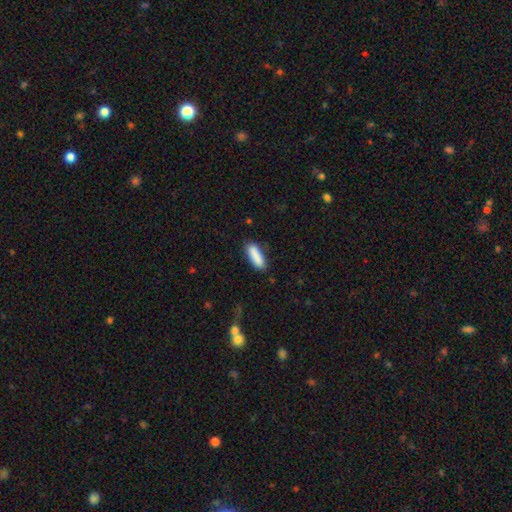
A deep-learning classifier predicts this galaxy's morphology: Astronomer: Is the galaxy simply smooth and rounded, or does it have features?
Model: smooth — 88%.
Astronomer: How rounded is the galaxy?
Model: in between — 51% (runner-up: cigar-shaped, 47%).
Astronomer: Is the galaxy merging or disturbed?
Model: none — 81%.